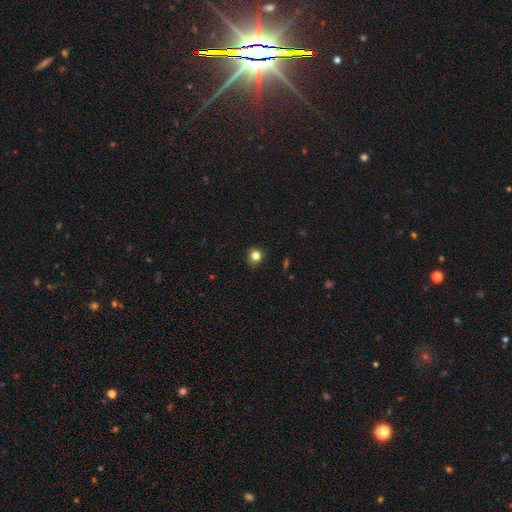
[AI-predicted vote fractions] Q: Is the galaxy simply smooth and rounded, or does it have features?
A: smooth — 81%.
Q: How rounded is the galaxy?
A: round — 80%.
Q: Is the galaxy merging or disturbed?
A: none — 81%.